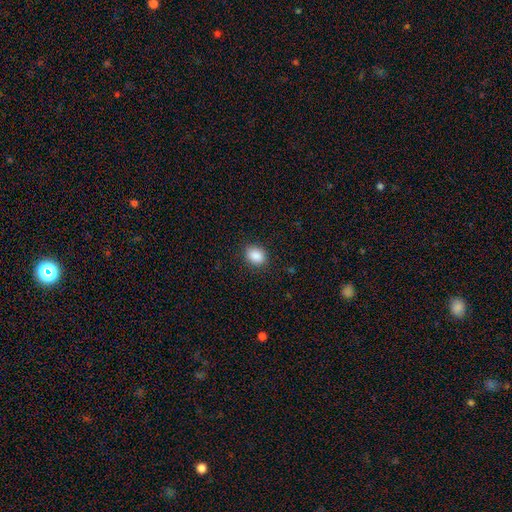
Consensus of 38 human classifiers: A smooth galaxy with no disk features (100%) that is in between round and cigar-shaped (66%).

Vote fractions:
- Smooth or featured? smooth: 100% / featured or disk: 0% / star or artifact: 0%
- How rounded? in between: 66% / round: 34% / cigar-shaped: 0%
- Merging? none: 95% / major disturbance: 5% / minor disturbance: 0% / merger: 0%